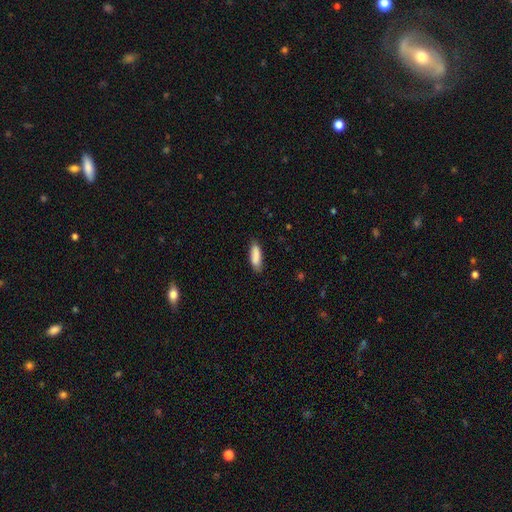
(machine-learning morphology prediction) Smooth or featured? Predicted: smooth (p=0.88). How rounded? Predicted: in between (p=0.57). Merging? Predicted: none (p=0.79).